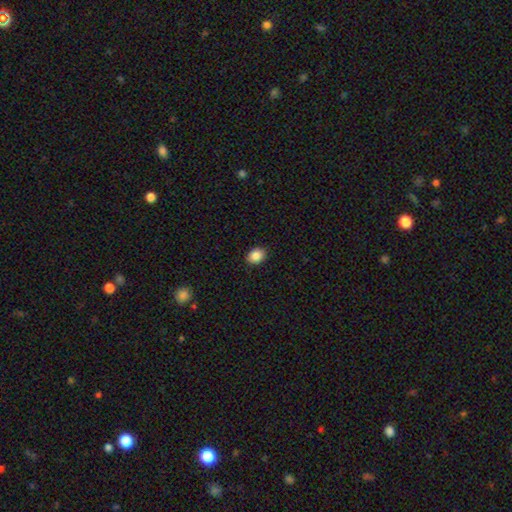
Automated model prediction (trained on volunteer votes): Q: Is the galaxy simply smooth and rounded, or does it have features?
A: smooth — 86%.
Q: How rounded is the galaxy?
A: in between — 60%.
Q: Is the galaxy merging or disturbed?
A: none — 89%.